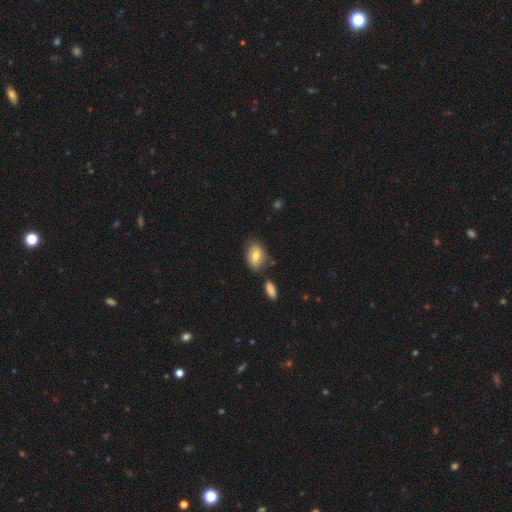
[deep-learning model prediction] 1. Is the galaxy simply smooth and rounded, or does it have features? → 69% smooth, 23% featured or disk, 7% star or artifact.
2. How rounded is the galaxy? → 84% in between, 14% round, 2% cigar-shaped.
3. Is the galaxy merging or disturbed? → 64% none, 22% minor disturbance, 9% merger, 5% major disturbance.